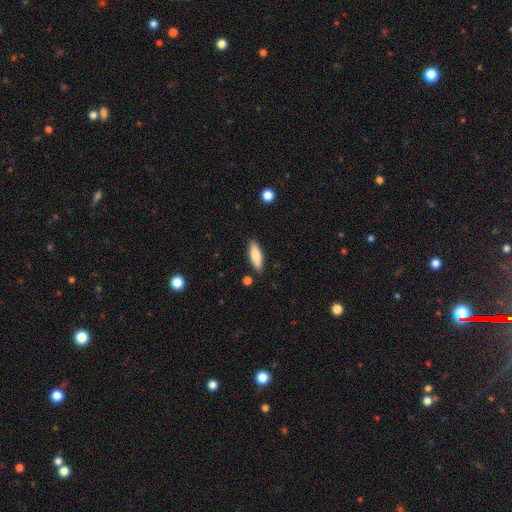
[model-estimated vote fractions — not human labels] The model was most divided on "how rounded": in between: 51%, cigar-shaped: 47%, round: 2%. More confident: merging — none (86%); smooth or featured — smooth (75%).